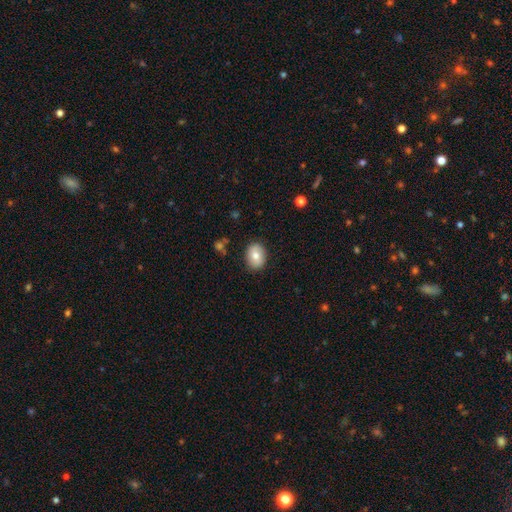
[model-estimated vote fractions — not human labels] A smooth galaxy with no disk features (74%) that is in between round and cigar-shaped (65%). Merging: none (86%).